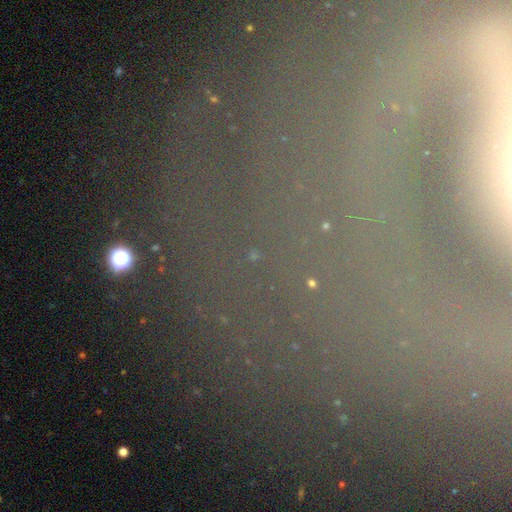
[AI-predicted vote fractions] Morphology: type=star or artifact (47%).